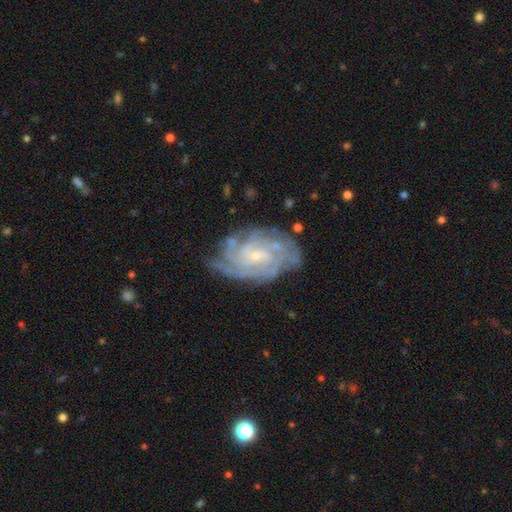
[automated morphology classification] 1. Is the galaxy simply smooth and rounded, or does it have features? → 87% featured or disk, 7% smooth, 6% star or artifact.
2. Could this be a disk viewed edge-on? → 97% no, 3% yes.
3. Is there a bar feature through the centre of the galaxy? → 60% no, 33% weak, 7% strong.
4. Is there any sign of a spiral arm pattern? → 96% yes, 4% no.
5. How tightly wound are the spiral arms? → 71% tight, 24% medium, 5% loose.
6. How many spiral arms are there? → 31% can't tell, 26% 4, 14% 3, 12% more than 4, 11% 2, 6% 1.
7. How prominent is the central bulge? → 78% small, 18% moderate, 3% none, 1% large, 1% dominant.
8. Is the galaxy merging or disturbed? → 71% none, 20% minor disturbance, 7% major disturbance, 2% merger.